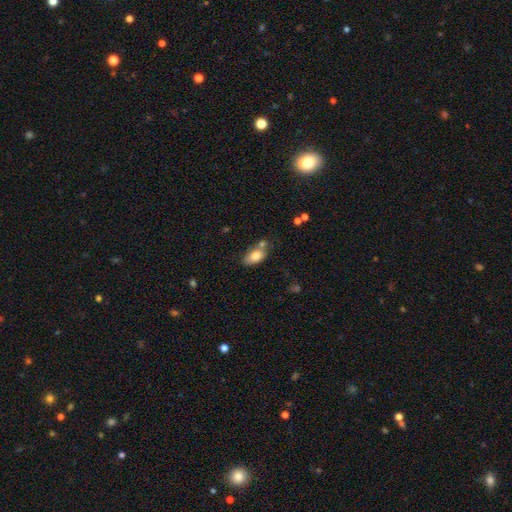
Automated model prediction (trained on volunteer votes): Smooth or featured? smooth (80%)
How rounded? in between (90%)
Merging? none (55%)